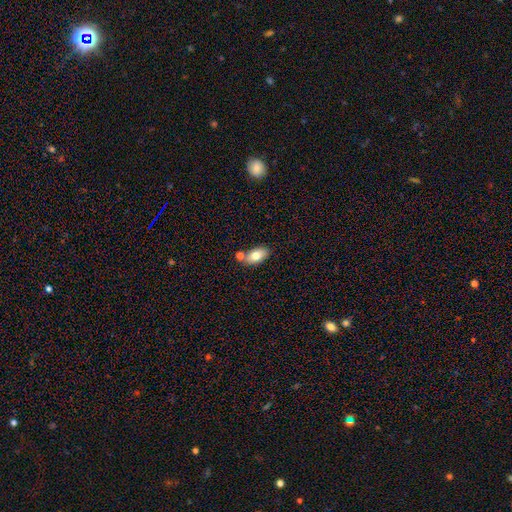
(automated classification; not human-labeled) smooth-or-featured: smooth: 74% | featured or disk: 19% | star or artifact: 8%
  how-rounded: in between: 91% | round: 6% | cigar-shaped: 3%
  merging: none: 68% | merger: 17% | minor disturbance: 12% | major disturbance: 3%